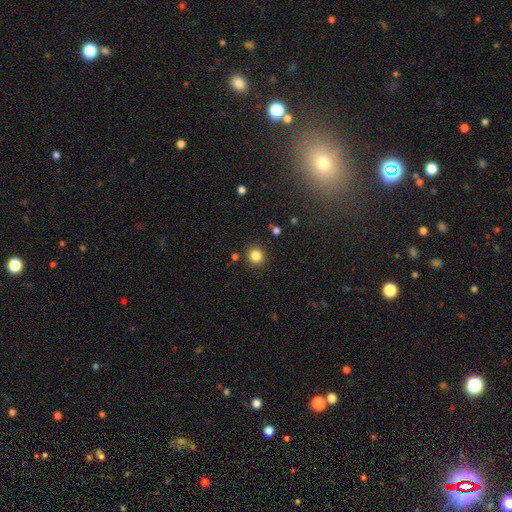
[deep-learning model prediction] This appears to be a smooth galaxy with no disk features (84%) that is round (89%). Merging: none (88%).